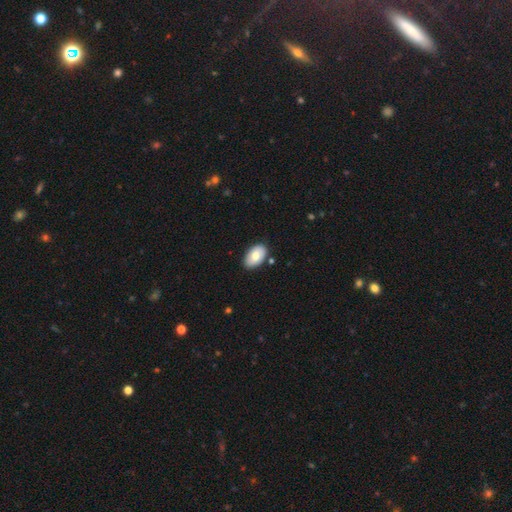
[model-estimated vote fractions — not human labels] A smooth galaxy with no disk features (75%) that is in between round and cigar-shaped (93%).

Vote fractions:
- Smooth or featured? smooth: 75% / featured or disk: 19% / star or artifact: 6%
- How rounded? in between: 93% / round: 6% / cigar-shaped: 1%
- Merging? none: 84% / minor disturbance: 11% / merger: 3% / major disturbance: 2%